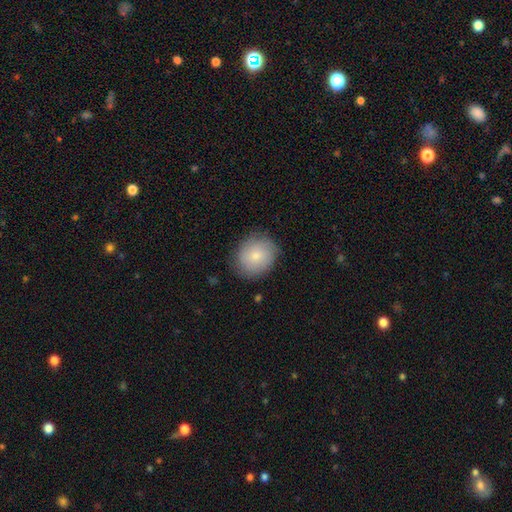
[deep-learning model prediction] A smooth galaxy with no disk features (76%) that is round (73%). Merging: none (80%).